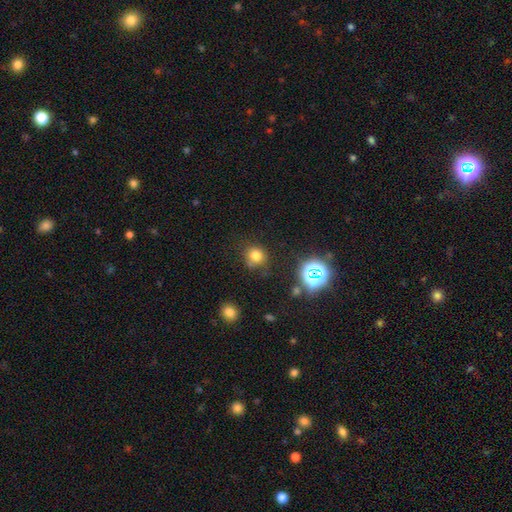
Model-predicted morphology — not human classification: Smooth or featured? Predicted: smooth (p=0.74). How rounded? Predicted: round (p=0.82). Merging? Predicted: none (p=0.72).